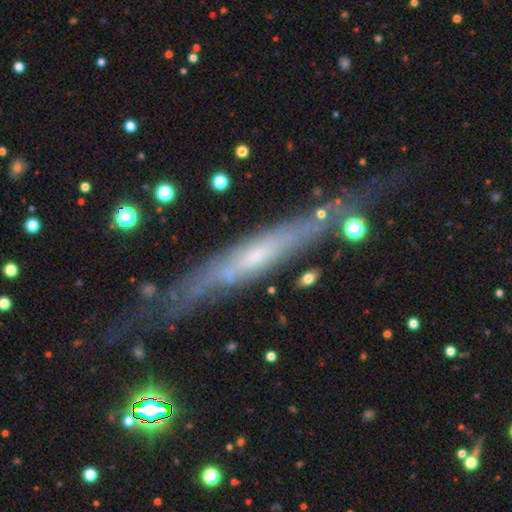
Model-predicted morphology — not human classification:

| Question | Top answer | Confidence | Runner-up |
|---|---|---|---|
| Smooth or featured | featured or disk | 69% | smooth (22%) |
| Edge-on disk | yes | 76% | no (24%) |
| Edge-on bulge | none | 58% | rounded (36%) |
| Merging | none | 73% | minor disturbance (18%) |